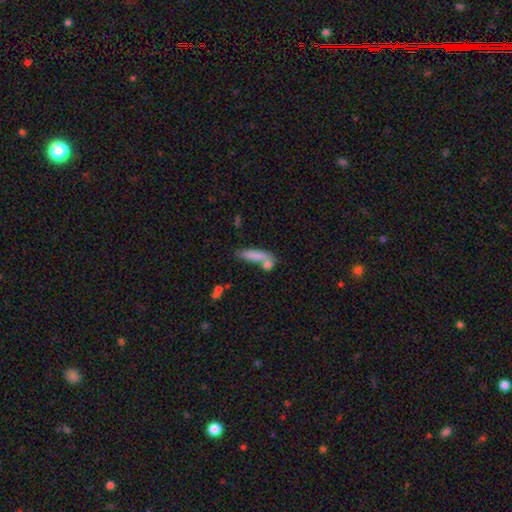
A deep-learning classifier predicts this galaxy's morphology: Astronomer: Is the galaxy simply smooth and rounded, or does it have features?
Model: smooth — 79%.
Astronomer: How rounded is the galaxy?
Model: cigar-shaped — 64%.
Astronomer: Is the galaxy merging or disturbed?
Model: none — 49% (runner-up: merger, 32%).